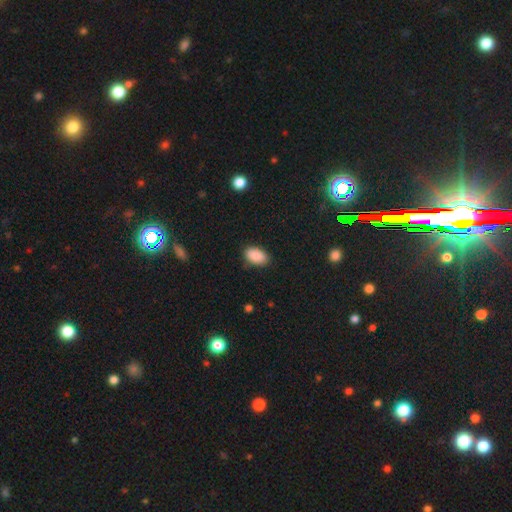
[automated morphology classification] type=smooth (89%); roundness=in between (93%); merging=none (84%).